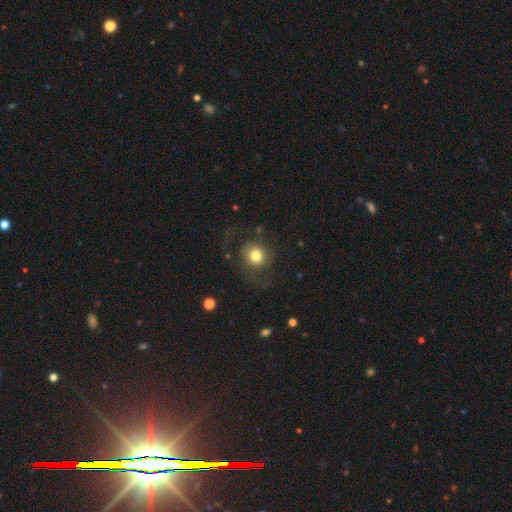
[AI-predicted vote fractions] smooth_or_featured: smooth (p=0.71) [alt: featured or disk p=0.18]
how_rounded: round (p=0.86) [alt: in between p=0.13]
merging: none (p=0.63) [alt: major disturbance p=0.20]